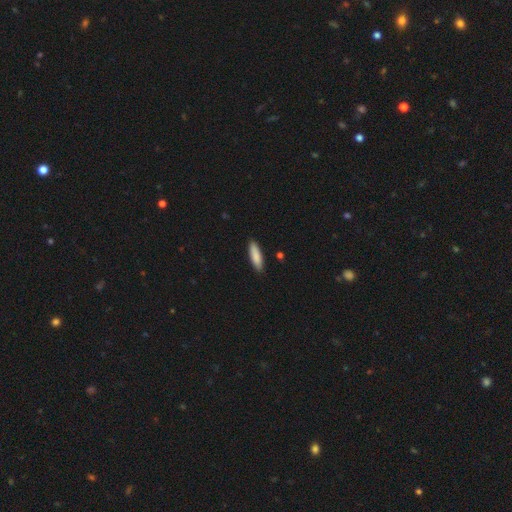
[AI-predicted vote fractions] smooth_or_featured: smooth (p=0.86) [alt: featured or disk p=0.08]
how_rounded: cigar-shaped (p=0.59) [alt: in between p=0.39]
merging: none (p=0.88) [alt: minor disturbance p=0.10]